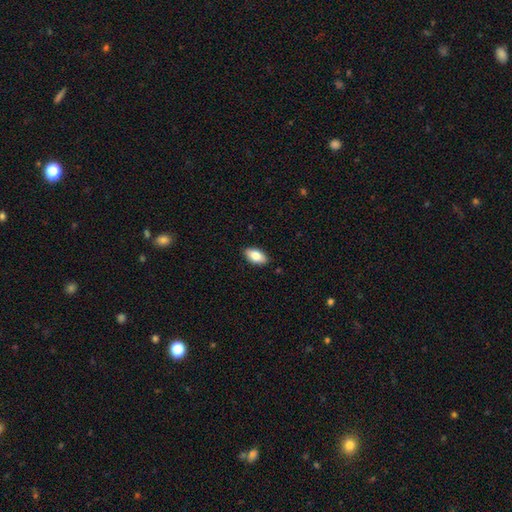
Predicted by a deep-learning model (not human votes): Overall: smooth (80%). How rounded: in between (92%). Merging: none (88%).